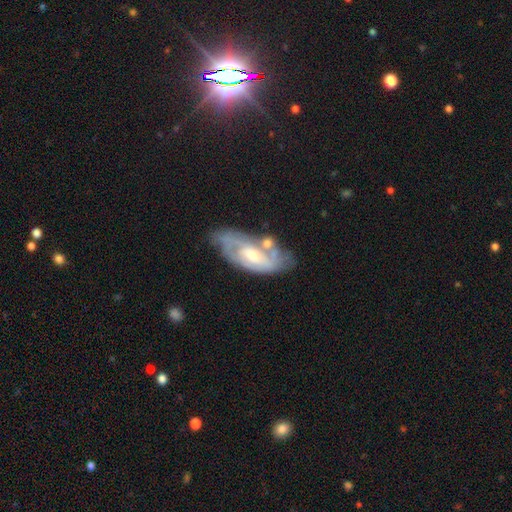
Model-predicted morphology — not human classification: A featured or disk galaxy (71%) with no bar (50%), spiral arms (76%) and a moderate central bulge (61%).

Vote fractions:
- Smooth or featured? featured or disk: 71% / smooth: 21% / star or artifact: 8%
- Edge-on disk? no: 87% / yes: 13%
- Bar? no: 50% / weak: 40% / strong: 11%
- Spiral arms? yes: 76% / no: 24%
- Bulge size? moderate: 61% / small: 31% / large: 5% / none: 2% / dominant: 1%
- Merging? none: 60% / minor disturbance: 22% / merger: 10% / major disturbance: 8%